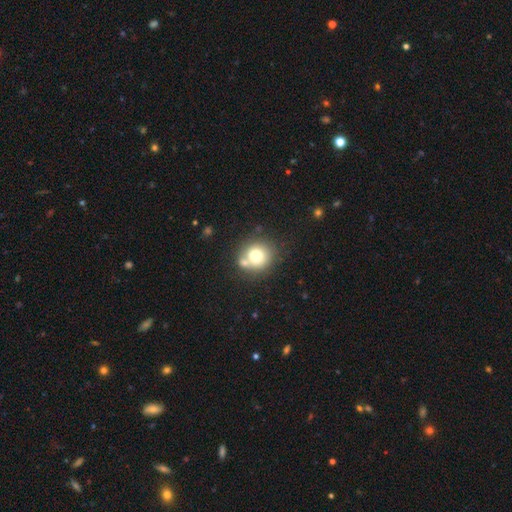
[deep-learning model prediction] Overall: smooth (71%). How rounded: round (85%). Merging: none (61%; merger 24%).